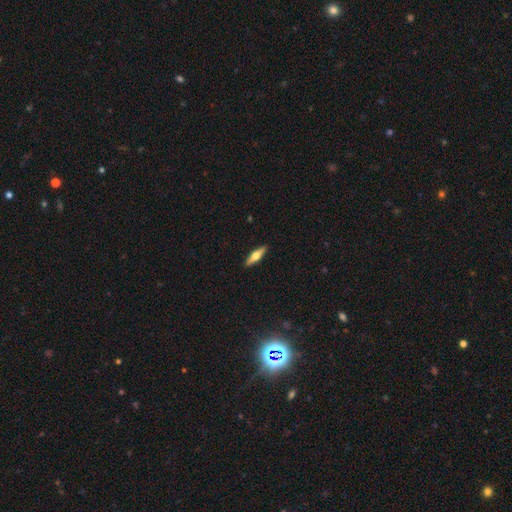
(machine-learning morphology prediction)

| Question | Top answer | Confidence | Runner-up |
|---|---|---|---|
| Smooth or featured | smooth | 47% | tied: featured or disk (47%) |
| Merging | none | 91% | minor disturbance (6%) |